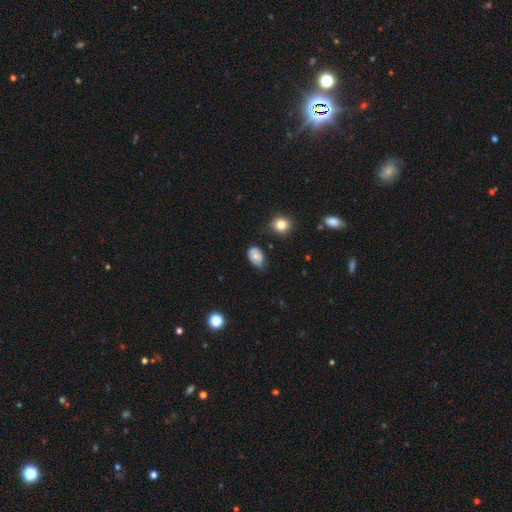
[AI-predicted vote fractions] This appears to be a smooth galaxy with no disk features (68%) that is in between round and cigar-shaped (82%). Merging: minor disturbance (43%).